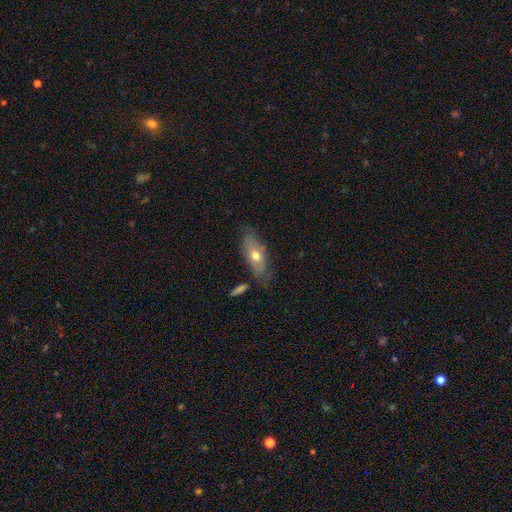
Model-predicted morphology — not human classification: smooth_or_featured: smooth (p=0.57) [alt: featured or disk p=0.36]
how_rounded: in between (p=0.76) [alt: cigar-shaped p=0.19]
merging: none (p=0.65) [alt: minor disturbance p=0.23]